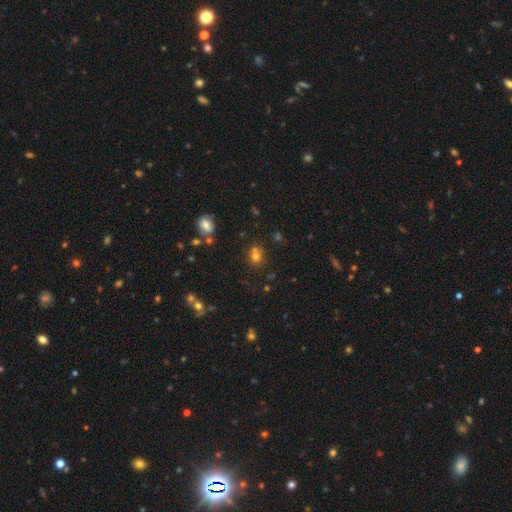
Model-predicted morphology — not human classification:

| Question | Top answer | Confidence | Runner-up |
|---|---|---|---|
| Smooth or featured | smooth | 69% | star or artifact (20%) |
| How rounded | round | 74% | in between (25%) |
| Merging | none | 54% | merger (31%) |